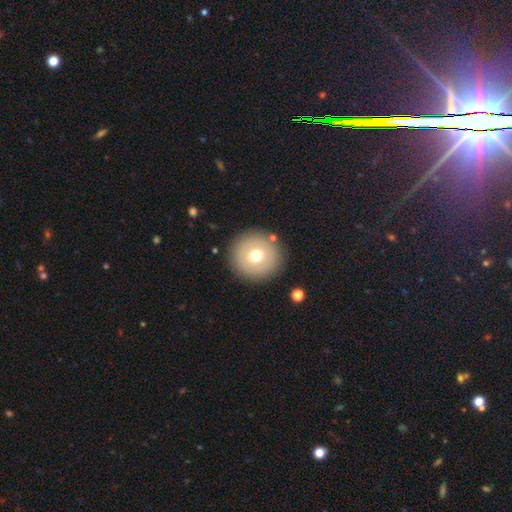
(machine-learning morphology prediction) Smooth or featured: smooth — 69% (featured or disk — 20%)
How rounded: round — 96% (in between — 3%)
Merging: none — 89% (minor disturbance — 6%)